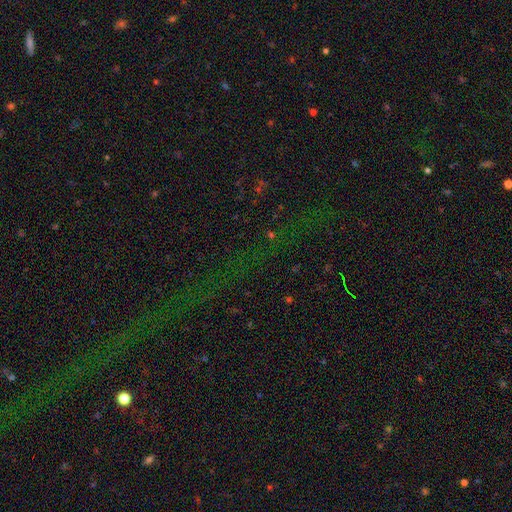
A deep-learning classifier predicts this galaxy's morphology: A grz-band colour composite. It shows a star or artifact, not a galaxy (74%).